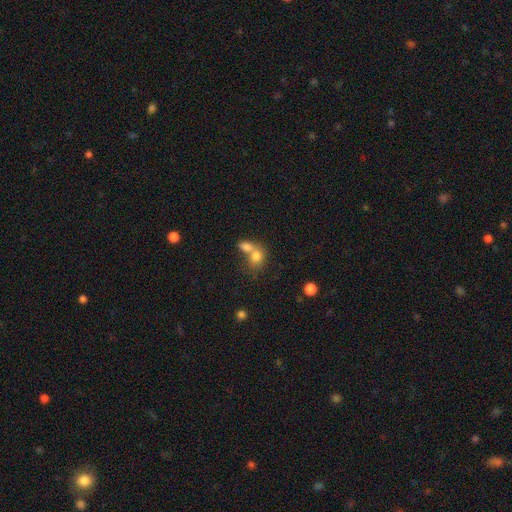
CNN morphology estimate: type=smooth (77%); roundness=in between (52%); merging=merger (64%).